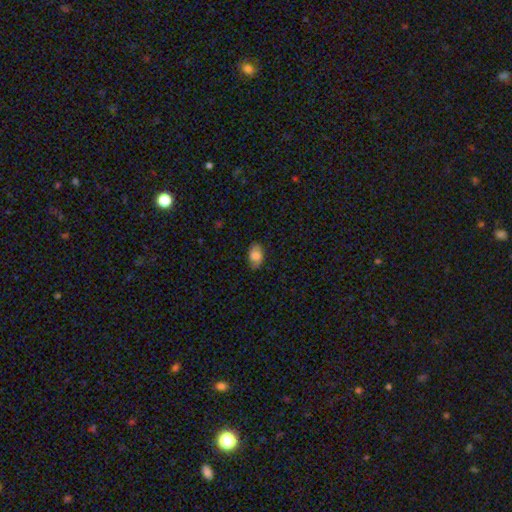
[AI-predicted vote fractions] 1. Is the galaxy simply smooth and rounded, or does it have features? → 83% smooth, 10% featured or disk, 7% star or artifact.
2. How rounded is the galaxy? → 90% in between, 9% round, 1% cigar-shaped.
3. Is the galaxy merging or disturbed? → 82% none, 14% minor disturbance, 3% major disturbance, 1% merger.